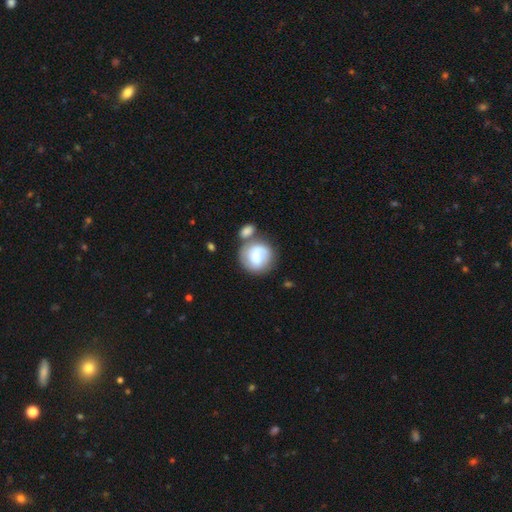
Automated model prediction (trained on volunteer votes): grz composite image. It shows a smooth galaxy with no disk features (53%) that is round (88%). Merging: none (47%).